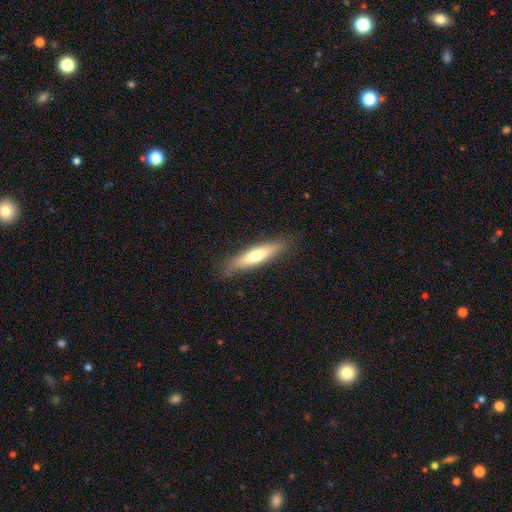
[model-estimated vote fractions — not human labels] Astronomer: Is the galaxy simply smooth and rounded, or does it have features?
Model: smooth — 62%.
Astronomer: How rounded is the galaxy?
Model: cigar-shaped — 79%.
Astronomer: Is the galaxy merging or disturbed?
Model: none — 86%.